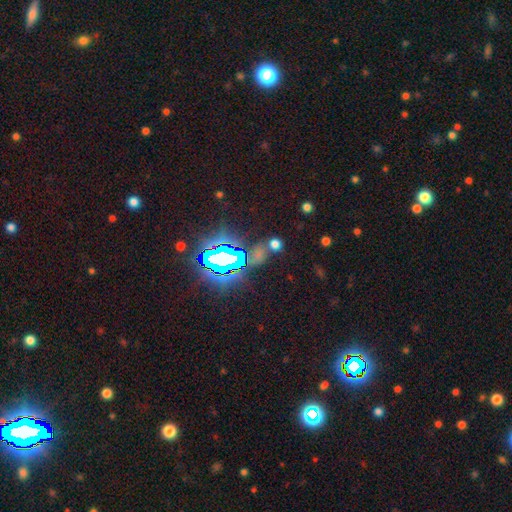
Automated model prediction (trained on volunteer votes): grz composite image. It shows a star or artifact, not a galaxy (50%).